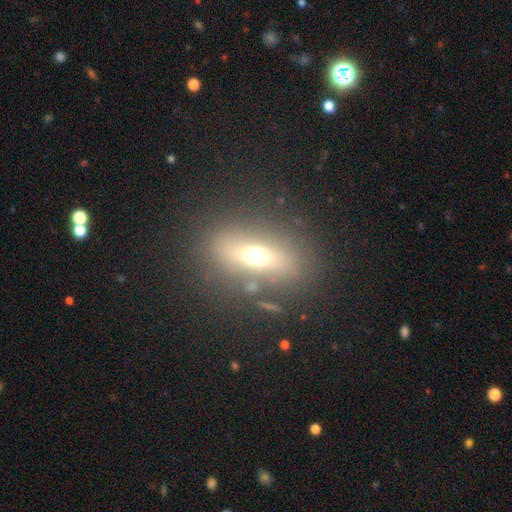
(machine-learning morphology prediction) This is possibly a smooth galaxy (54%). How rounded: likely in between (64%). Merging: likely none (78%).